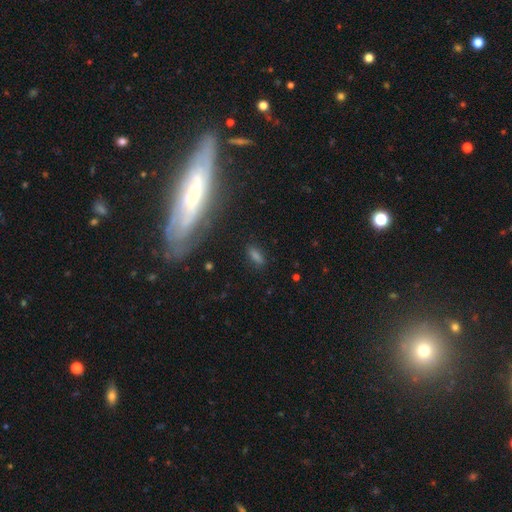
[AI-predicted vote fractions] Smooth or featured?
  - smooth: 53% *
  - featured or disk: 32%
  - star or artifact: 16%
How rounded?
  - in between: 60% *
  - cigar-shaped: 30%
  - round: 10%
Merging?
  - none: 72% *
  - minor disturbance: 17%
  - major disturbance: 7%
  - merger: 4%